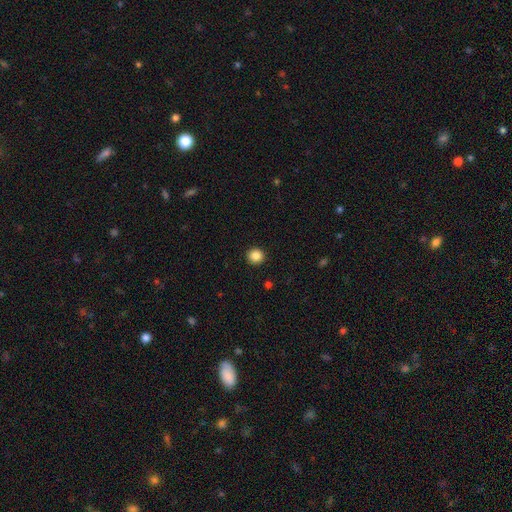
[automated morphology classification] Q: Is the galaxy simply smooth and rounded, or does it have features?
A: smooth — 86%.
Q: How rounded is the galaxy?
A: round — 94%.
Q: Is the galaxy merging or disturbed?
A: none — 93%.